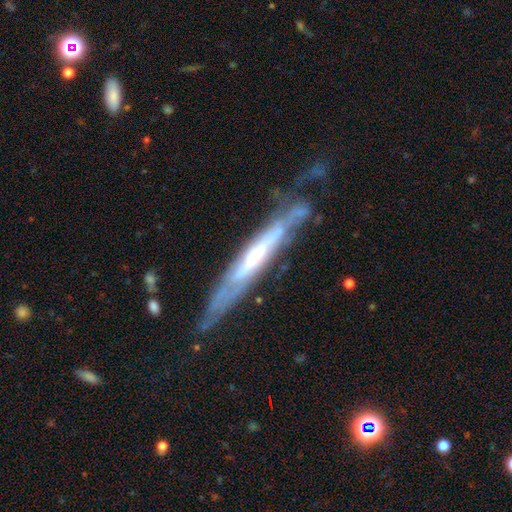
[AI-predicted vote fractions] featured or disk 77%, smooth 17%, star or artifact 6%. Down the decision tree: edge-on disk — yes (70%); edge-on bulge — none (55%); merging — none (62%).